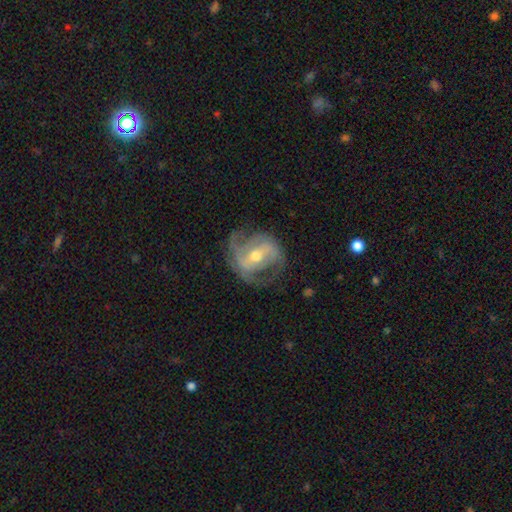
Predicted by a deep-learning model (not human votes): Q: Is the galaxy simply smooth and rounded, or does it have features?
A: featured or disk — 82%.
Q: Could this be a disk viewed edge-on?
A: no — 96%.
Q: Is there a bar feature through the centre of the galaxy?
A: weak — 42%.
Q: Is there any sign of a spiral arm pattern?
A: yes — 89%.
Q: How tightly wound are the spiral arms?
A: medium — 45%.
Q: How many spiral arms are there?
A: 2 — 58%.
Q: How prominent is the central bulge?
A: moderate — 65%.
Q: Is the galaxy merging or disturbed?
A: none — 63%.